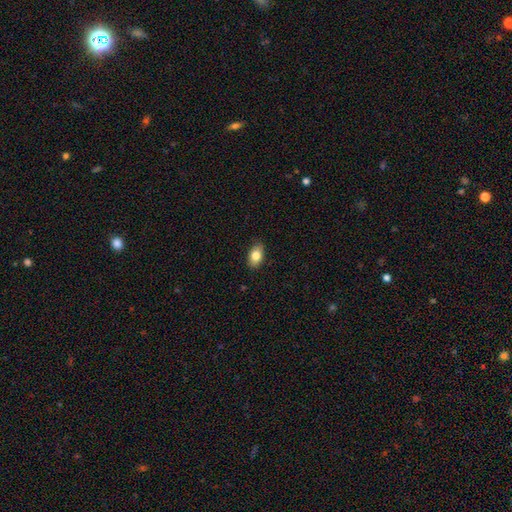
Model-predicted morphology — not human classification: Smooth or featured? Predicted: smooth (p=0.82). How rounded? Predicted: in between (p=0.89). Merging? Predicted: none (p=0.87).